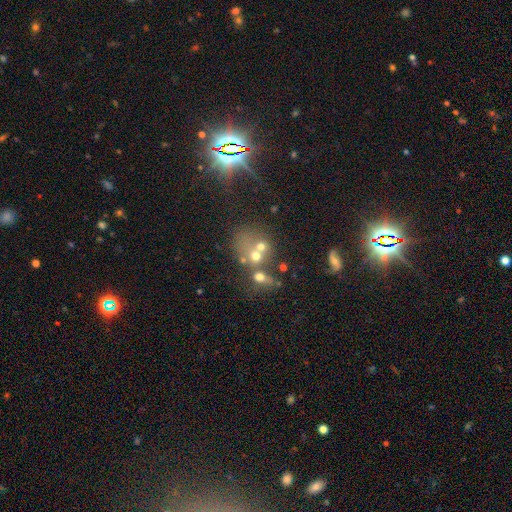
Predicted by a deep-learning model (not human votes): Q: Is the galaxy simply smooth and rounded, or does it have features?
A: smooth — 51%.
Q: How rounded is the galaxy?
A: round — 67%.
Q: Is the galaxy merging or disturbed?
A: merger — 55%.